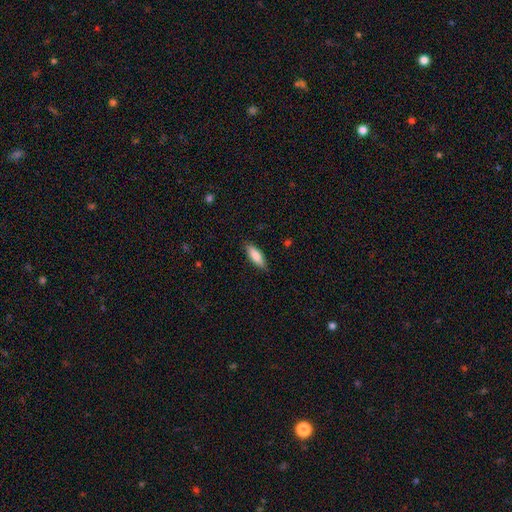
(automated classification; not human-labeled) Morphology: type=smooth (81%); roundness=in between (60%); merging=none (85%).